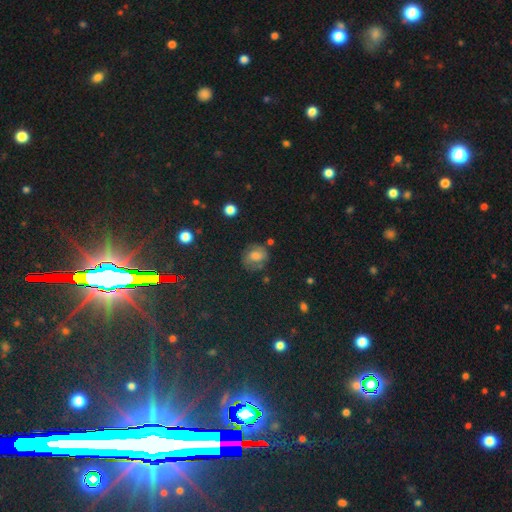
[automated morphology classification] smooth 45%, featured or disk 33%, star or artifact 22%. Down the decision tree: merging — none (70%).